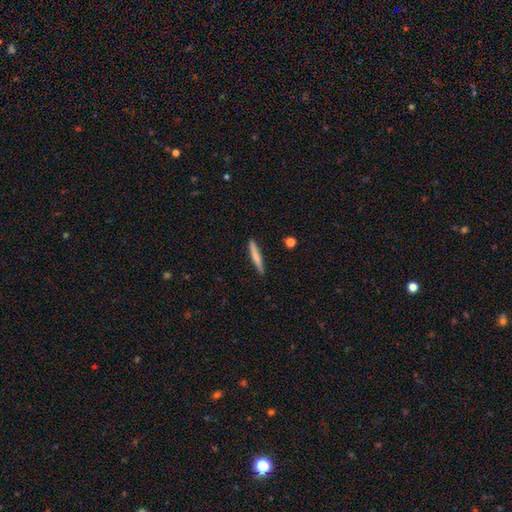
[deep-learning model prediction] This appears to be a smooth galaxy with no disk features (73%) that is cigar-shaped (95%). Merging: none (88%).